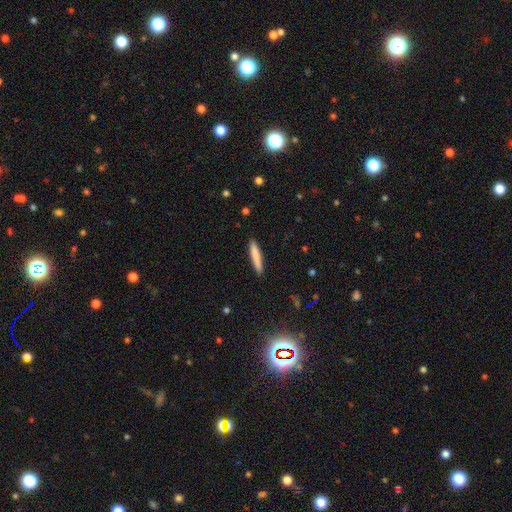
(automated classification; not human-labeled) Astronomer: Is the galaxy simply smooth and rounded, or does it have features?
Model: smooth — 82%.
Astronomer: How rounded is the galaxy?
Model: cigar-shaped — 93%.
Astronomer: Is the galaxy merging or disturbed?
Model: none — 91%.